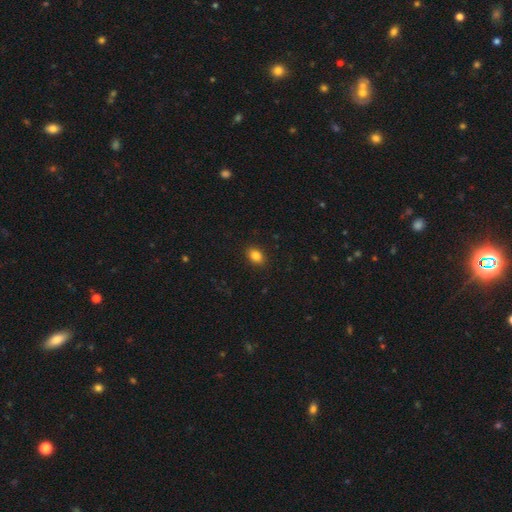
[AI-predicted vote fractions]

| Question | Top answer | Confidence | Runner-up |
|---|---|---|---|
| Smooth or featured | smooth | 85% | star or artifact (10%) |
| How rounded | in between | 73% | round (26%) |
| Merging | none | 90% | minor disturbance (7%) |